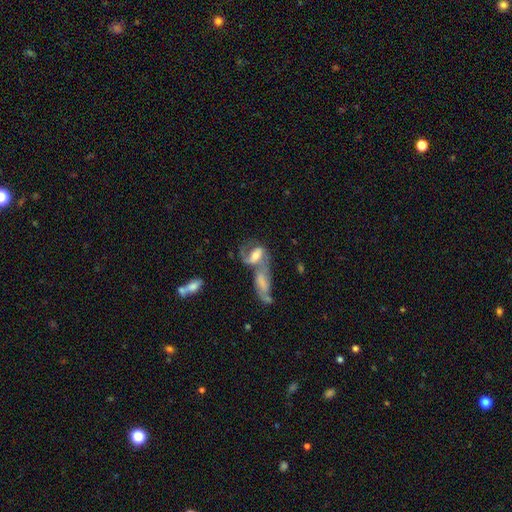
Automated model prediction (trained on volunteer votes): A featured or disk galaxy (66%) with a weak bar (40%), 2 (74%) loose (45%) spiral arms (83%) and a moderate central bulge (45%).

Vote fractions:
- Smooth or featured? featured or disk: 66% / smooth: 26% / star or artifact: 8%
- Edge-on disk? no: 94% / yes: 6%
- Bar? weak: 40% / strong: 30% / no: 30%
- Spiral arms? yes: 83% / no: 17%
- Spiral winding? loose: 45% / medium: 41% / tight: 14%
- Spiral arm count? 2: 74% / 1: 15% / can't tell: 8% / 3: 1% / 4: 1% / more than 4: 1%
- Bulge size? moderate: 45% / small: 21% / large: 21% / none: 11% / dominant: 3%
- Merging? merger: 61% / none: 18% / major disturbance: 12% / minor disturbance: 8%